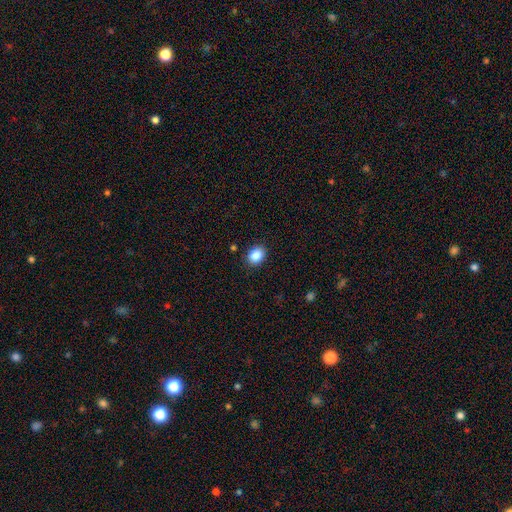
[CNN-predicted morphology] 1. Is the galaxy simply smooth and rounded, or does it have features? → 86% smooth, 9% star or artifact, 5% featured or disk.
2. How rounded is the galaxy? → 53% in between, 46% round, 1% cigar-shaped.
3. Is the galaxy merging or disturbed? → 89% none, 8% minor disturbance, 2% major disturbance, 1% merger.